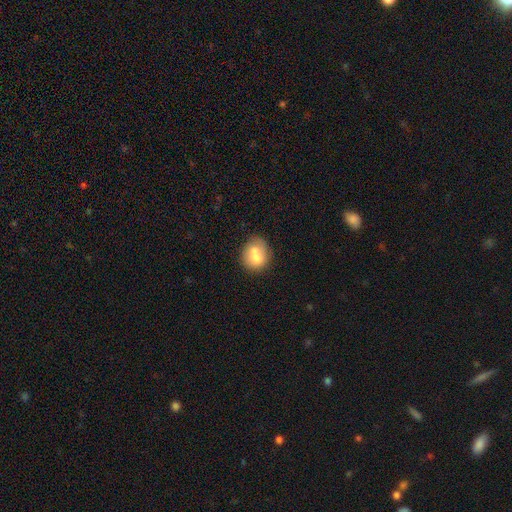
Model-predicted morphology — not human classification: Q: Smooth or featured?
A: smooth (70%); runner-up: featured or disk (22%)
Q: How rounded?
A: round (63%); runner-up: in between (36%)
Q: Merging?
A: merger (40%); runner-up: none (39%)